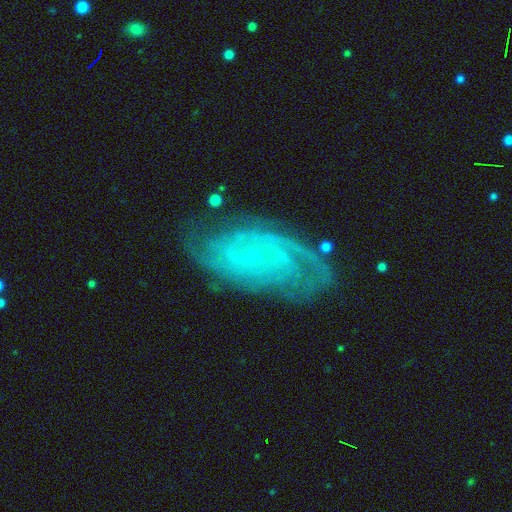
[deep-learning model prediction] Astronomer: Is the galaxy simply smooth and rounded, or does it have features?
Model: featured or disk — 84%.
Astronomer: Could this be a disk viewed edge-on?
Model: no — 95%.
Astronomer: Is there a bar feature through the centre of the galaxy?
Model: no — 64%.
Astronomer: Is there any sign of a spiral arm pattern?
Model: yes — 96%.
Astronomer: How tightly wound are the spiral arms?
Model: tight — 62%.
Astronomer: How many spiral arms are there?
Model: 2 — 30%, tied with can't tell at 30%.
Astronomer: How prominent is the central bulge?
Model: small — 88%.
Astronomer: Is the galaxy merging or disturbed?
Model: none — 75%.